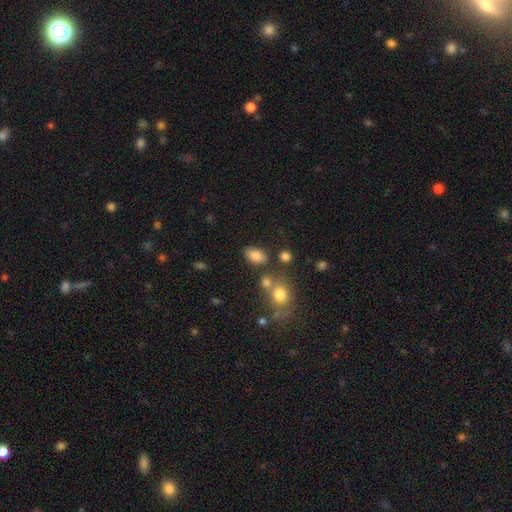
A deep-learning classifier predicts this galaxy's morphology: A smooth galaxy with no disk features (81%) that is in between round and cigar-shaped (87%).

Vote fractions:
- Smooth or featured? smooth: 81% / star or artifact: 11% / featured or disk: 8%
- How rounded? in between: 87% / round: 10% / cigar-shaped: 2%
- Merging? none: 73% / minor disturbance: 13% / merger: 9% / major disturbance: 4%